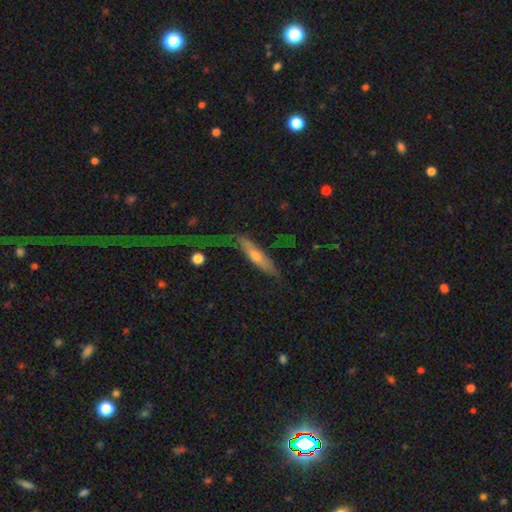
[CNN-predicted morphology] smooth-or-featured: featured or disk: 51% | smooth: 43% | star or artifact: 7%
  disk-edge-on: yes: 73% | no: 27%
  merging: none: 43% | major disturbance: 30% | minor disturbance: 23% | merger: 4%